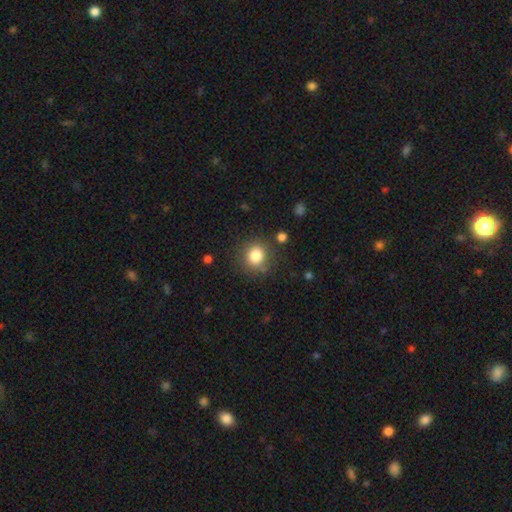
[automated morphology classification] Smooth or featured? Predicted: smooth (p=0.82). How rounded? Predicted: round (p=0.89). Merging? Predicted: none (p=0.82).